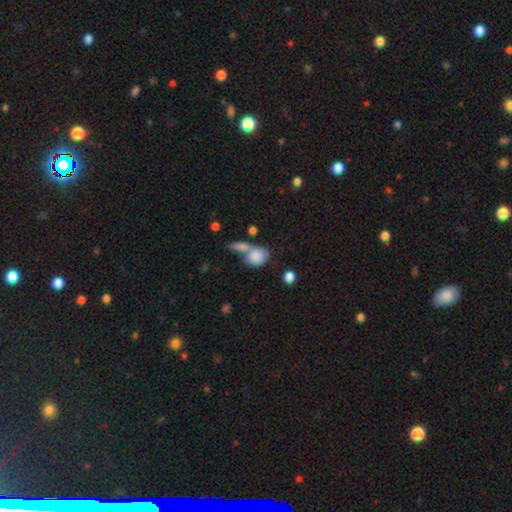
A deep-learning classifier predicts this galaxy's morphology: Smooth or featured?
  - smooth: 82% *
  - featured or disk: 10%
  - star or artifact: 7%
How rounded?
  - in between: 52% *
  - round: 45%
  - cigar-shaped: 3%
Merging?
  - merger: 44% *
  - none: 36%
  - minor disturbance: 12%
  - major disturbance: 7%